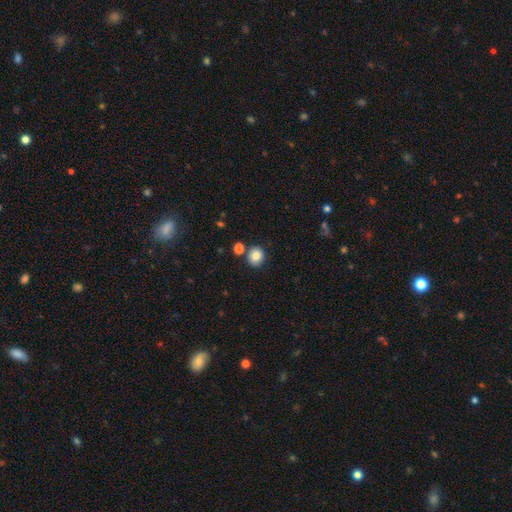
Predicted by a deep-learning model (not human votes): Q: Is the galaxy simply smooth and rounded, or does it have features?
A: smooth — 83%.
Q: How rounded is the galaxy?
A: round — 80%.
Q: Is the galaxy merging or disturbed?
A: none — 81%.